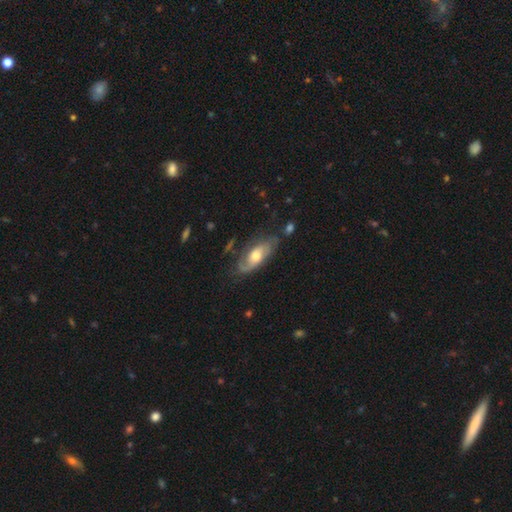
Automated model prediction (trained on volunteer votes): Morphology: type=featured or disk (68%); edge-on=no (89%); bar=no (67%); spiral arms=yes (88%); winding=medium (42%); arm count=2 (62%); bulge=moderate (65%); merging=none (60%).